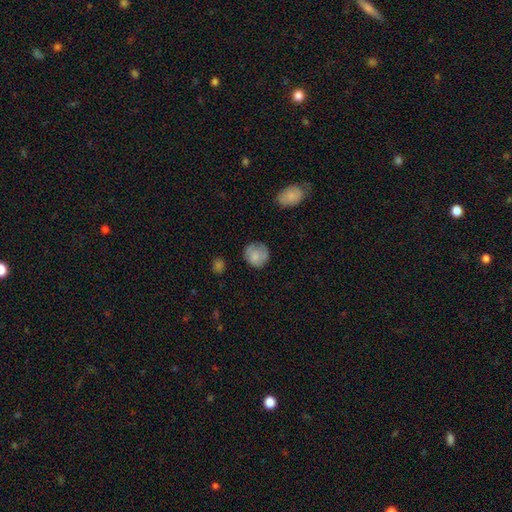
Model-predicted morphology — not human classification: smooth-or-featured: smooth: 79% | featured or disk: 13% | star or artifact: 8%
  how-rounded: round: 86% | in between: 13% | cigar-shaped: 1%
  merging: none: 73% | minor disturbance: 20% | major disturbance: 5% | merger: 2%